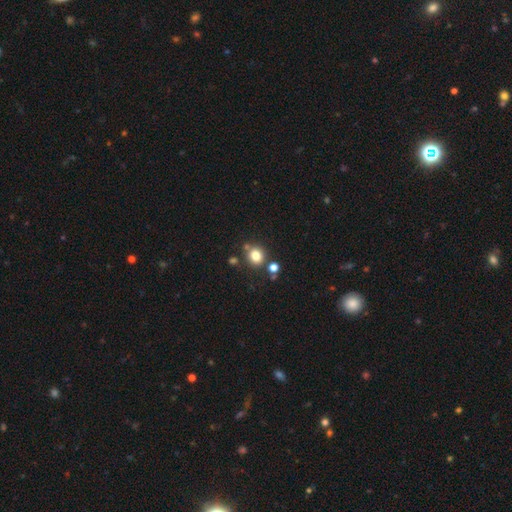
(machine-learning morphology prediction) smooth 80%, star or artifact 13%, featured or disk 7%. Down the decision tree: how rounded — round (81%); merging — none (75%).